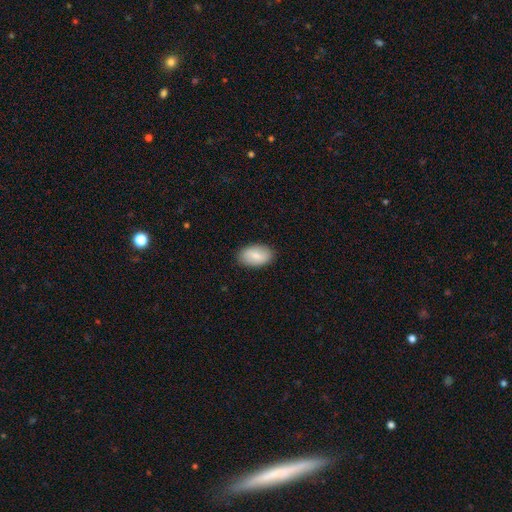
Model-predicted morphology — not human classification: Smooth or featured? smooth (79%)
How rounded? in between (93%)
Merging? none (87%)